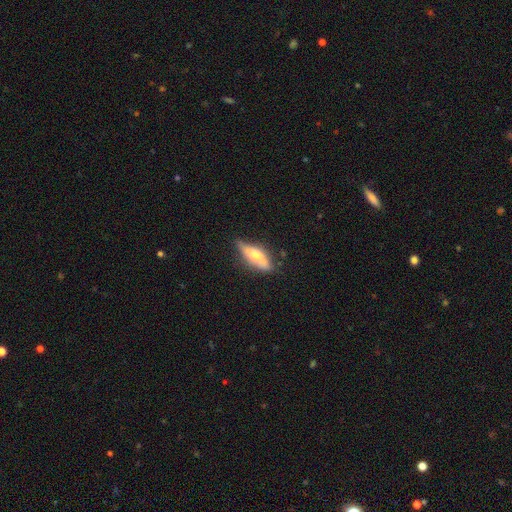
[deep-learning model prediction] Smooth or featured?
  - smooth: 52% *
  - featured or disk: 42%
  - star or artifact: 6%
How rounded?
  - in between: 53% *
  - cigar-shaped: 44%
  - round: 3%
Merging?
  - none: 63% *
  - minor disturbance: 28%
  - major disturbance: 6%
  - merger: 3%